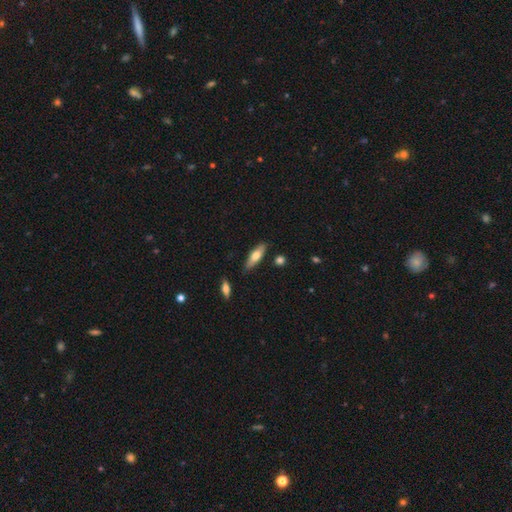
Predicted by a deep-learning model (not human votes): smooth_or_featured: smooth (p=0.66) [alt: featured or disk p=0.28]
how_rounded: in between (p=0.50) [alt: cigar-shaped p=0.48]
merging: none (p=0.81) [alt: minor disturbance p=0.13]